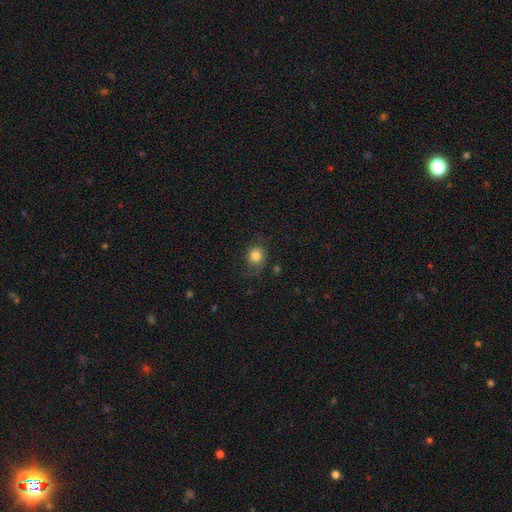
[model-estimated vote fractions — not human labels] Q: Smooth or featured?
A: smooth (82%); runner-up: star or artifact (10%)
Q: How rounded?
A: round (70%); runner-up: in between (29%)
Q: Merging?
A: none (70%); runner-up: minor disturbance (21%)